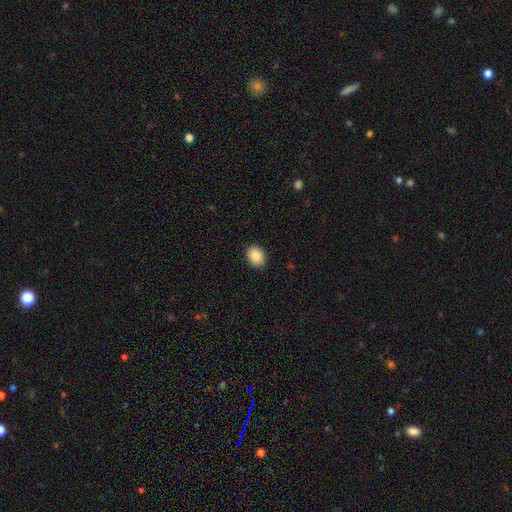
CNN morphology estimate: A smooth galaxy with no disk features (86%) that is in between round and cigar-shaped (59%). Merging: none (90%).